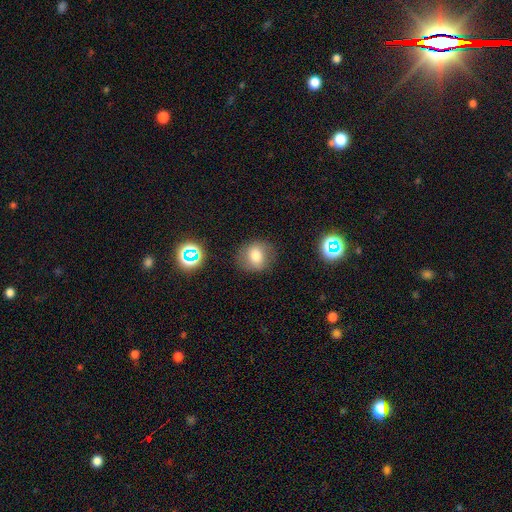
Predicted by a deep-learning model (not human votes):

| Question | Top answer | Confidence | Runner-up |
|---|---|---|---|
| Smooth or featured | smooth | 74% | featured or disk (13%) |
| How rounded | round | 76% | in between (23%) |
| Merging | none | 79% | minor disturbance (14%) |